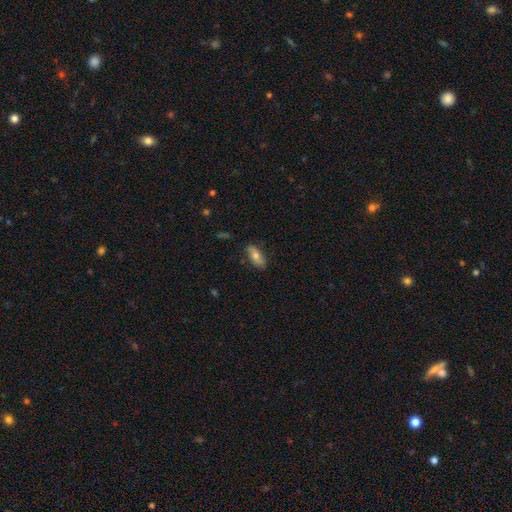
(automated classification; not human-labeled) This appears to be a smooth galaxy with no disk features (69%) that is in between round and cigar-shaped (82%). Merging: none (80%).